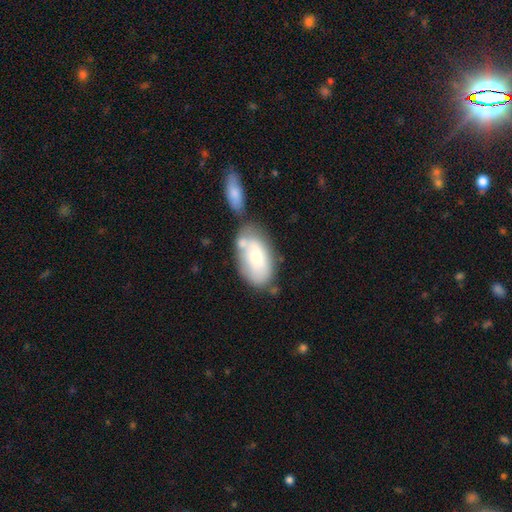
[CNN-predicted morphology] A smooth galaxy with no disk features (64%) that is in between round and cigar-shaped (93%).

Vote fractions:
- Smooth or featured? smooth: 64% / featured or disk: 30% / star or artifact: 6%
- How rounded? in between: 93% / round: 4% / cigar-shaped: 3%
- Merging? none: 40% / merger: 30% / minor disturbance: 21% / major disturbance: 8%